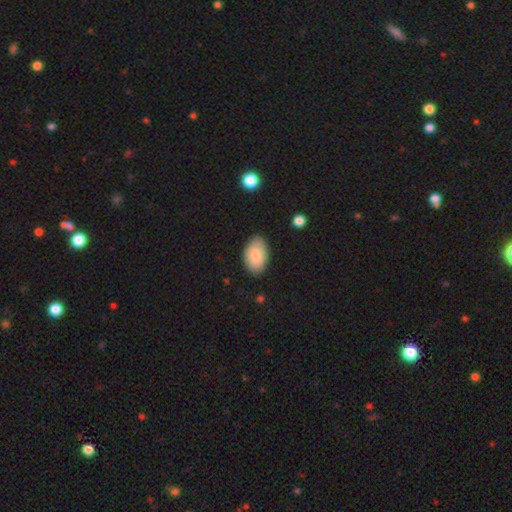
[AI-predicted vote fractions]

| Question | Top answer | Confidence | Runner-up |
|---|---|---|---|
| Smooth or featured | smooth | 82% | featured or disk (12%) |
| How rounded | in between | 92% | round (7%) |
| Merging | none | 82% | minor disturbance (14%) |